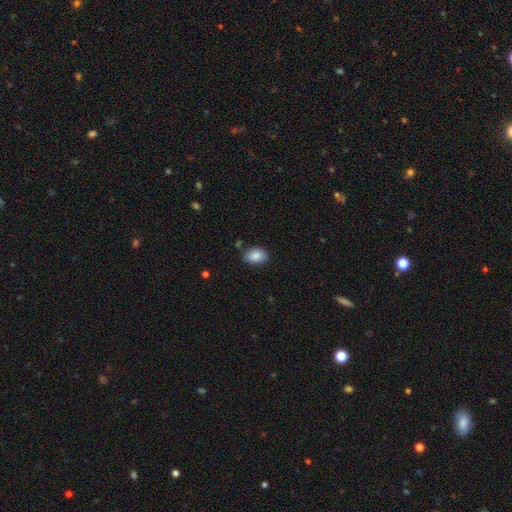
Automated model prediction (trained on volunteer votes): This appears to be a smooth galaxy with no disk features (87%) that is in between round and cigar-shaped (86%). Merging: none (81%).